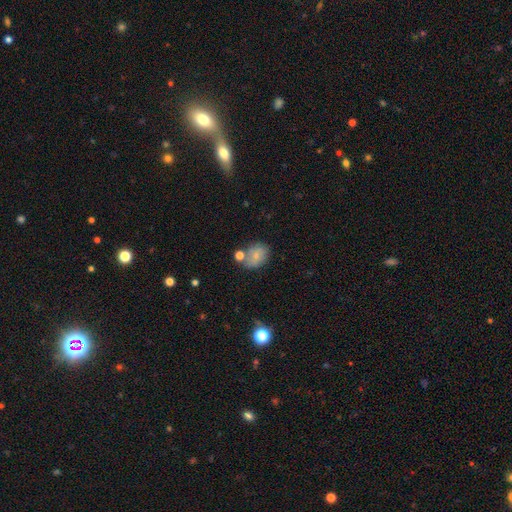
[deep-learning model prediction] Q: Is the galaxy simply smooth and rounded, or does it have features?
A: smooth — 70%.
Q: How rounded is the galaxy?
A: in between — 64%.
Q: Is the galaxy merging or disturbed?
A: none — 56%.